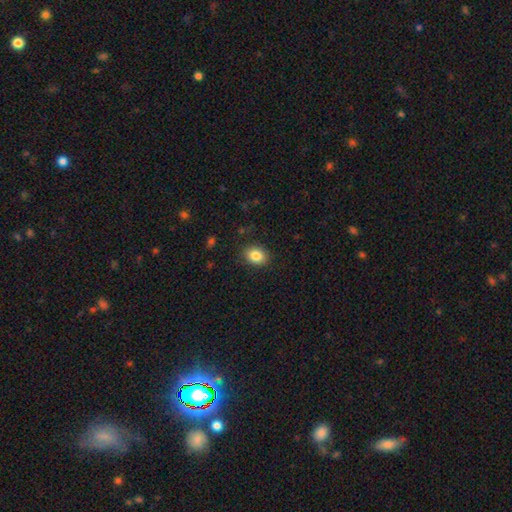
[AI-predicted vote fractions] Smooth or featured? Predicted: smooth (p=0.85). How rounded? Predicted: in between (p=0.65). Merging? Predicted: none (p=0.87).